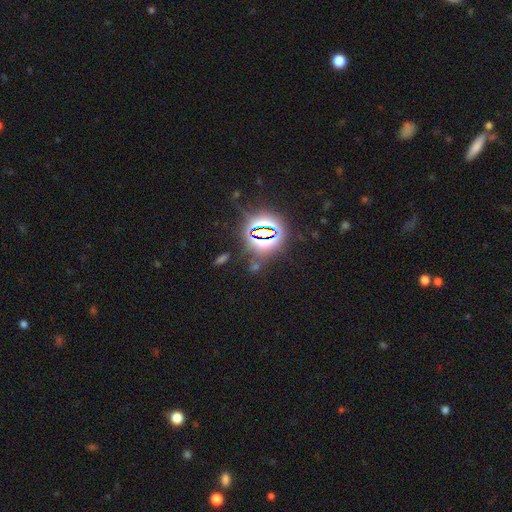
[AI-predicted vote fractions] smooth-or-featured: star or artifact: 81% | smooth: 11% | featured or disk: 7%